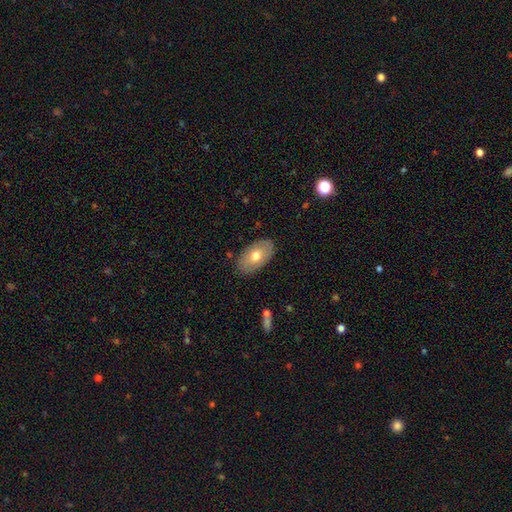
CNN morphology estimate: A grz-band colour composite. It shows a smooth galaxy with no disk features (64%) that is in between round and cigar-shaped (93%). Merging: none (85%).